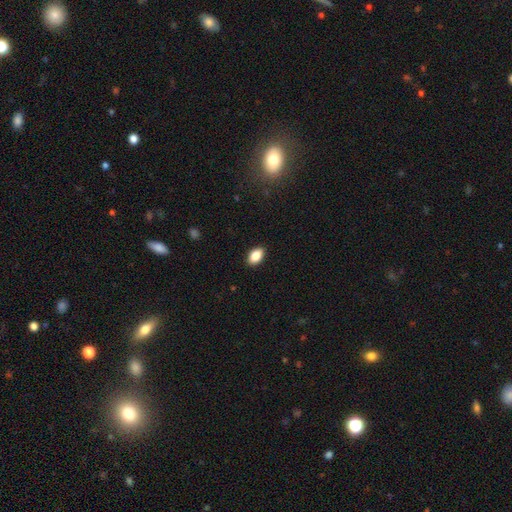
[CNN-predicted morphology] Q: Smooth or featured?
A: smooth (86%); runner-up: star or artifact (8%)
Q: How rounded?
A: in between (90%); runner-up: round (7%)
Q: Merging?
A: none (89%); runner-up: minor disturbance (9%)